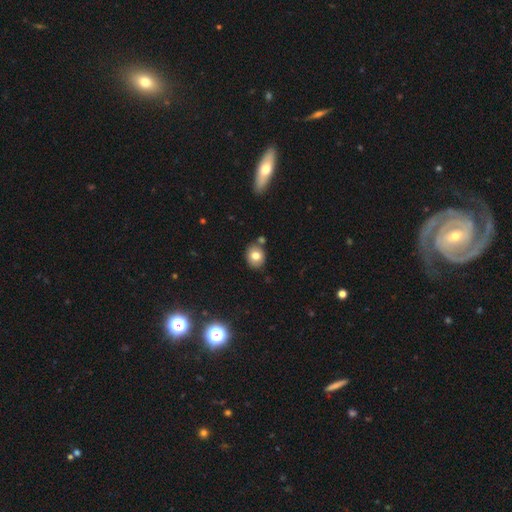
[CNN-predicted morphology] A smooth galaxy with no disk features (76%) that is round (59%).

Vote fractions:
- Smooth or featured? smooth: 76% / featured or disk: 13% / star or artifact: 11%
- How rounded? round: 59% / in between: 41% / cigar-shaped: 1%
- Merging? none: 76% / minor disturbance: 12% / merger: 10% / major disturbance: 3%